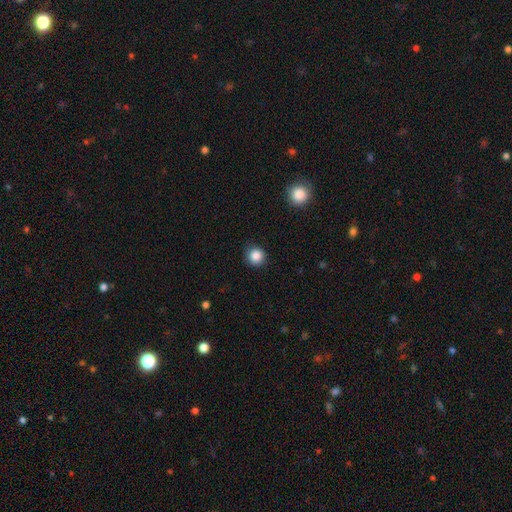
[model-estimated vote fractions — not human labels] Smooth or featured: smooth — 86% (star or artifact — 10%)
How rounded: round — 92% (in between — 7%)
Merging: none — 88% (minor disturbance — 9%)